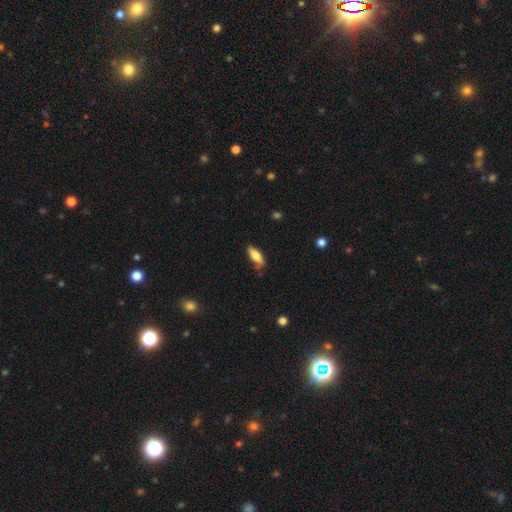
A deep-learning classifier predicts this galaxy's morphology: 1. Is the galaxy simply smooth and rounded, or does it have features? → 73% smooth, 20% featured or disk, 6% star or artifact.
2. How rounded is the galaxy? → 66% in between, 32% cigar-shaped, 2% round.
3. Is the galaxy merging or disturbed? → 70% none, 23% minor disturbance, 4% major disturbance, 2% merger.